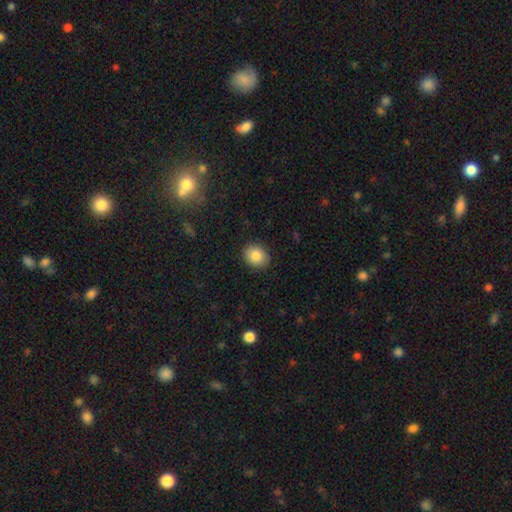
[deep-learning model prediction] smooth 84%, star or artifact 8%, featured or disk 7%. Down the decision tree: how rounded — round (56%); merging — none (89%).